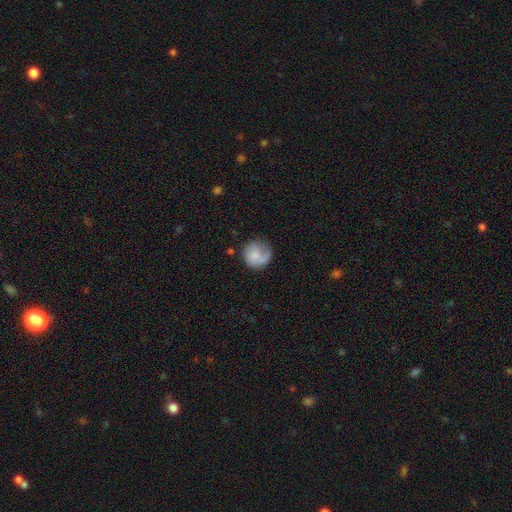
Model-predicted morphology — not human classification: type=smooth (58%); roundness=round (88%); merging=none (58%).